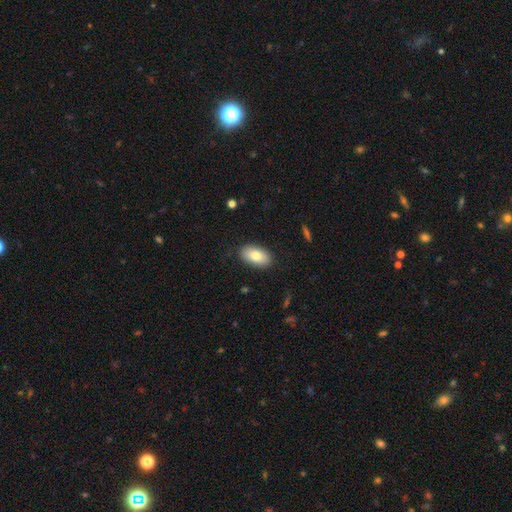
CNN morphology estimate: Smooth or featured: smooth — 79% (featured or disk — 14%)
How rounded: in between — 93% (round — 5%)
Merging: none — 87% (minor disturbance — 10%)